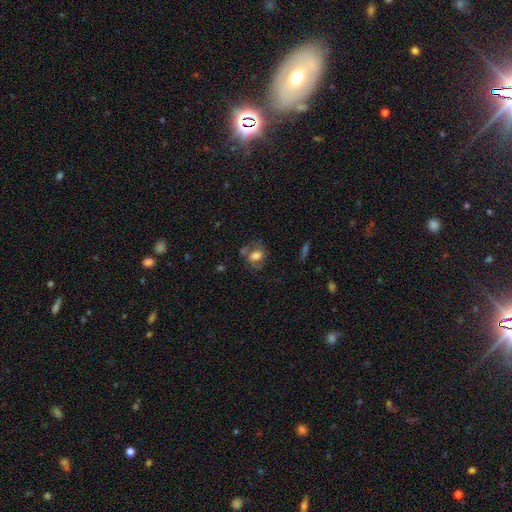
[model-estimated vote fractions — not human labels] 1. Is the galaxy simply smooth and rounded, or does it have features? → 61% smooth, 30% featured or disk, 10% star or artifact.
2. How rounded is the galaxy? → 58% in between, 40% round, 2% cigar-shaped.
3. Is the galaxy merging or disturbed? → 49% none, 22% minor disturbance, 15% major disturbance, 14% merger.